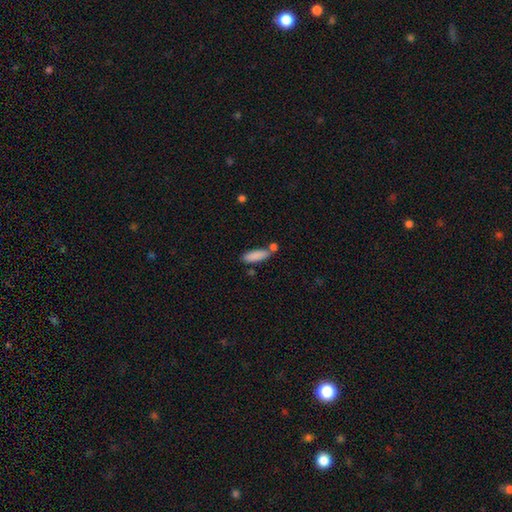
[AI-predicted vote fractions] A smooth galaxy with no disk features (86%) that is cigar-shaped (51%). Merging: none (62%).